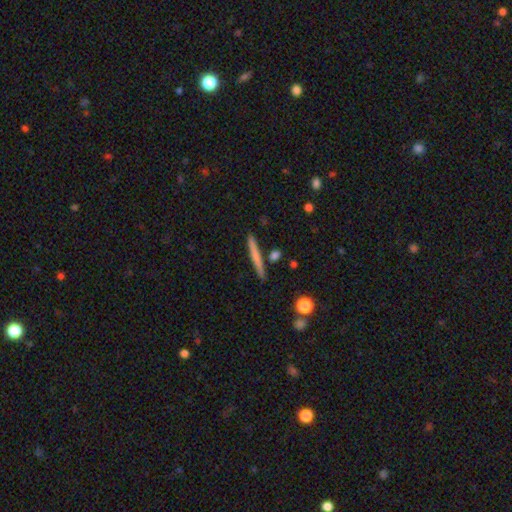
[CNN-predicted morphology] smooth_or_featured: smooth (p=0.64) [alt: featured or disk p=0.30]
how_rounded: cigar-shaped (p=0.95) [alt: in between p=0.03]
merging: none (p=0.86) [alt: minor disturbance p=0.08]